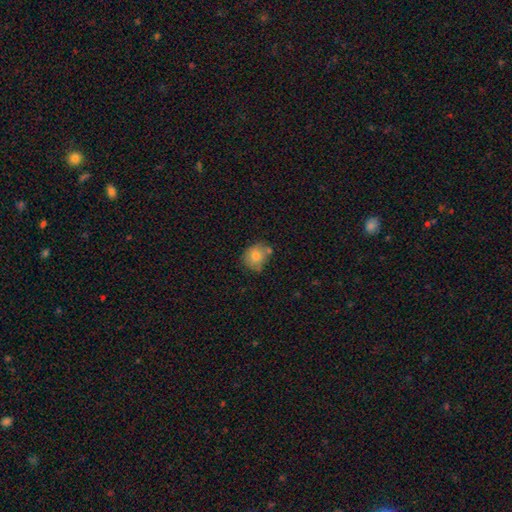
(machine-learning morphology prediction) smooth-or-featured: smooth: 77% | featured or disk: 14% | star or artifact: 9%
  how-rounded: round: 67% | in between: 32% | cigar-shaped: 1%
  merging: none: 56% | minor disturbance: 26% | merger: 12% | major disturbance: 6%